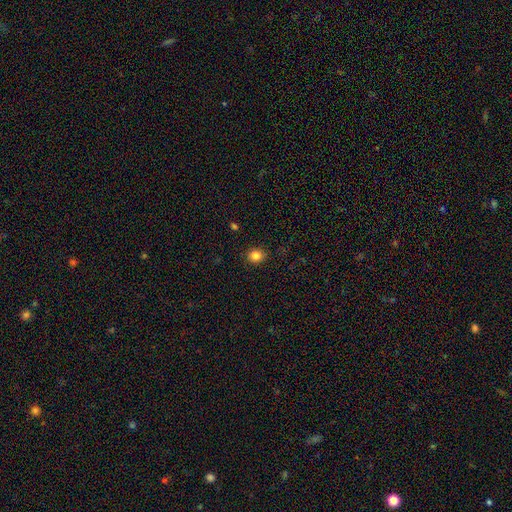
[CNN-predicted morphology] A smooth galaxy with no disk features (84%) that is round (74%). Merging: none (89%).